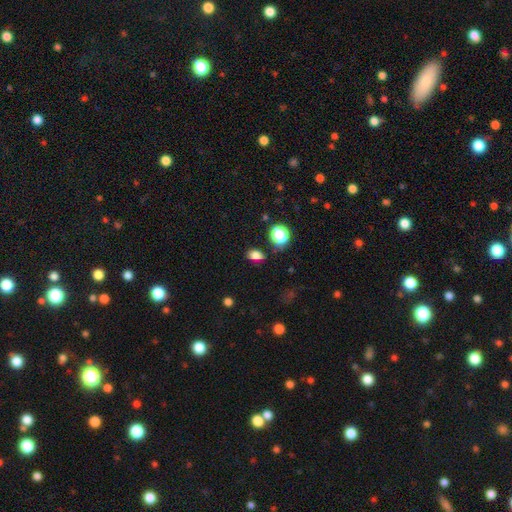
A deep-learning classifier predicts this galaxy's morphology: Smooth or featured? smooth (79%)
How rounded? in between (78%)
Merging? none (80%)